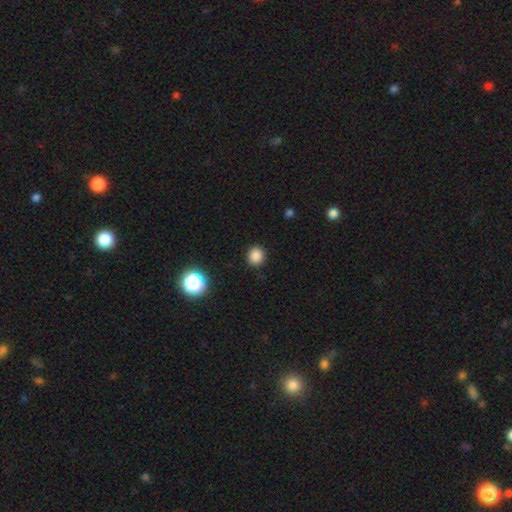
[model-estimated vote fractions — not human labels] A smooth galaxy with no disk features (84%) that is round (84%). Merging: none (90%).